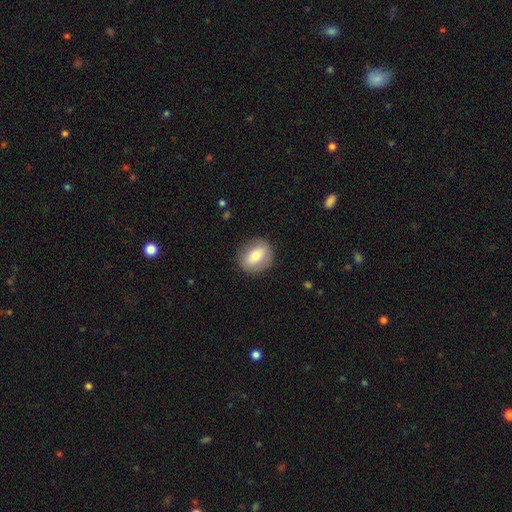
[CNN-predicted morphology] type=smooth (68%); roundness=round (51%); merging=none (85%).